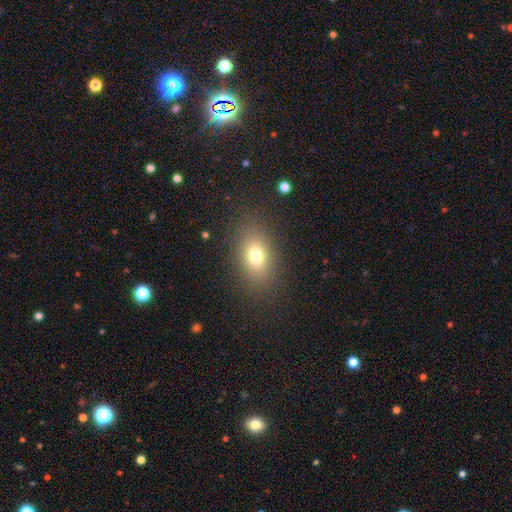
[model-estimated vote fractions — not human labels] Overall: smooth (74%). How rounded: in between (79%). Merging: none (84%).